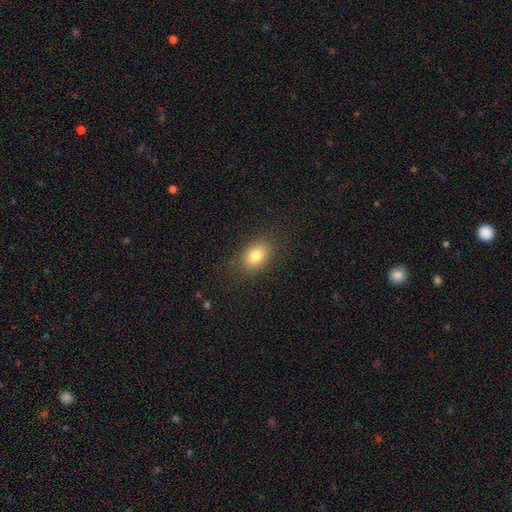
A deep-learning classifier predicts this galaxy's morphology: smooth_or_featured: smooth (p=0.80) [alt: featured or disk p=0.10]
how_rounded: in between (p=0.78) [alt: round p=0.20]
merging: none (p=0.84) [alt: minor disturbance p=0.11]